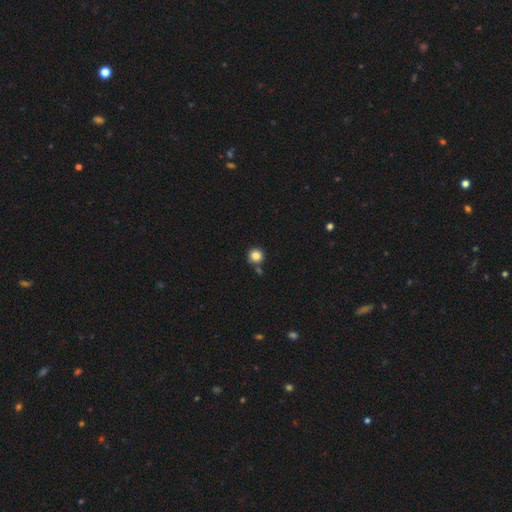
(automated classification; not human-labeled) Smooth or featured? smooth (85%)
How rounded? round (94%)
Merging? none (78%)